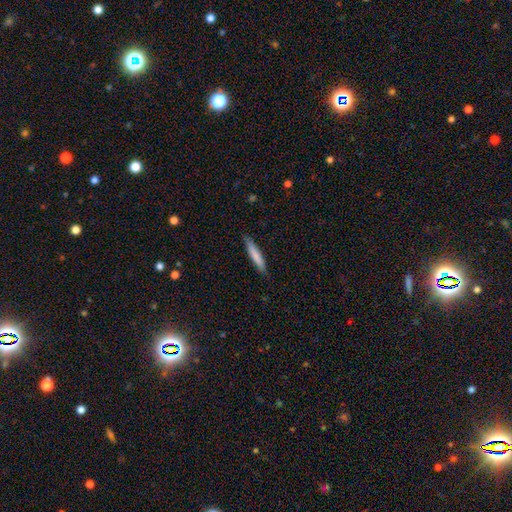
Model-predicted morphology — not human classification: Smooth or featured? Predicted: smooth (p=0.79). How rounded? Predicted: cigar-shaped (p=0.91). Merging? Predicted: none (p=0.86).